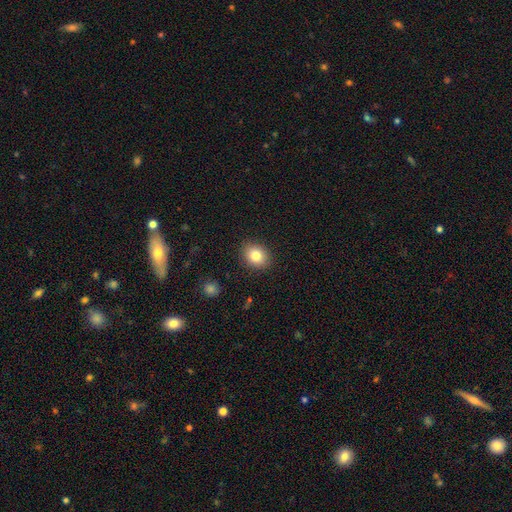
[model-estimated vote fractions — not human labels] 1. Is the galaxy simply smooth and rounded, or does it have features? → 82% smooth, 10% star or artifact, 8% featured or disk.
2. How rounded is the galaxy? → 53% round, 46% in between, 1% cigar-shaped.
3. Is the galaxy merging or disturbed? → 89% none, 8% minor disturbance, 2% major disturbance, 1% merger.